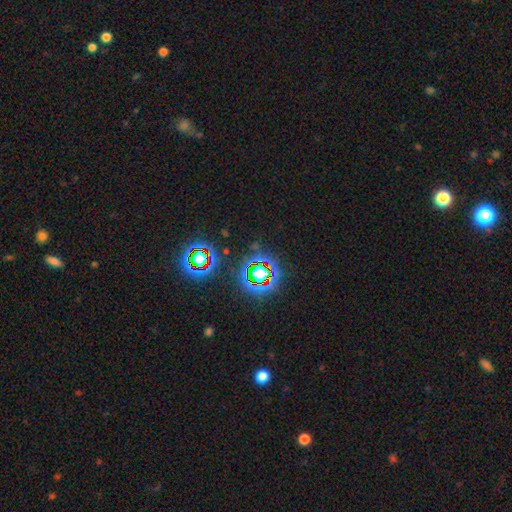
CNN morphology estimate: Smooth or featured? Predicted: star or artifact (p=0.68).